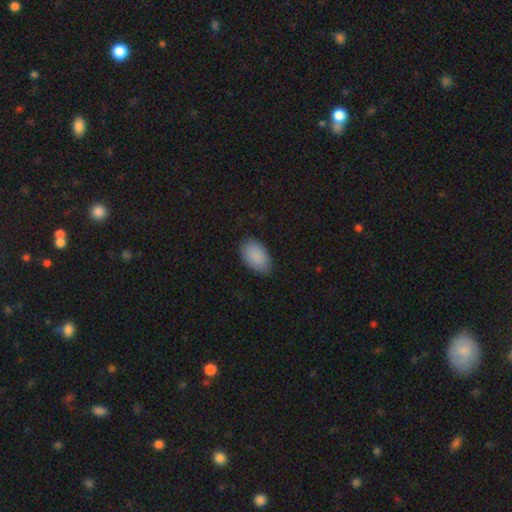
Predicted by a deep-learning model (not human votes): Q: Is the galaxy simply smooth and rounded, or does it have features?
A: smooth — 89%.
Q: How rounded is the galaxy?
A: in between — 94%.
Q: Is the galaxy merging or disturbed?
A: none — 80%.